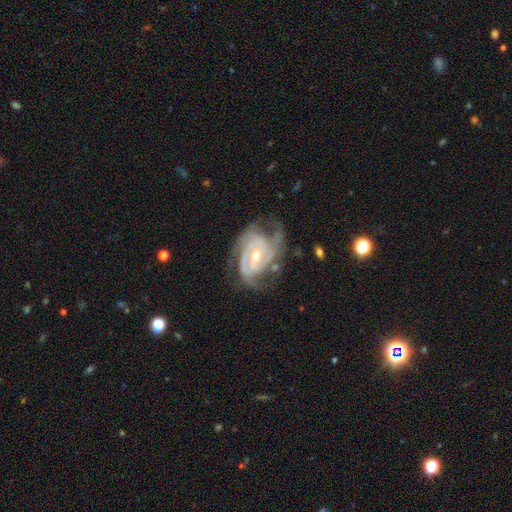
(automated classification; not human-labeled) smooth_or_featured: featured or disk (p=0.89) [alt: smooth p=0.06]
disk_edge_on: no (p=0.97) [alt: yes p=0.03]
bar: no (p=0.52) [alt: weak p=0.34]
has_spiral_arms: yes (p=0.96) [alt: no p=0.04]
spiral_winding: tight (p=0.57) [alt: medium p=0.35]
spiral_arm_count: 3 (p=0.35) [alt: 2 p=0.33]
bulge_size: small (p=0.50) [alt: moderate p=0.47]
merging: none (p=0.58) [alt: minor disturbance p=0.24]